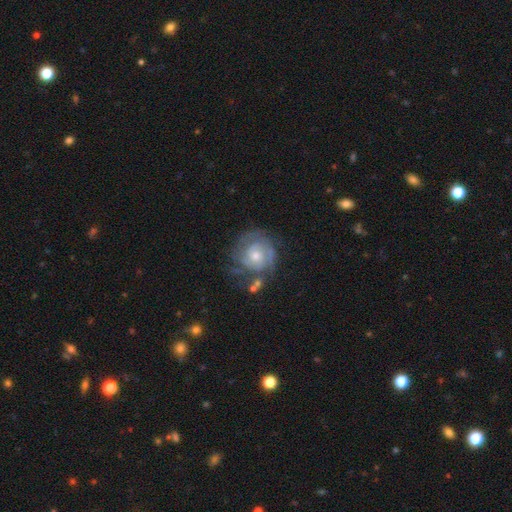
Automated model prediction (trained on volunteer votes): A featured or disk galaxy (78%) with no bar (75%), tight (69%) spiral arms (89%) and a moderate central bulge (58%).

Vote fractions:
- Smooth or featured? featured or disk: 78% / smooth: 15% / star or artifact: 7%
- Edge-on disk? no: 98% / yes: 2%
- Bar? no: 75% / weak: 22% / strong: 4%
- Spiral arms? yes: 89% / no: 11%
- Spiral winding? tight: 69% / medium: 25% / loose: 7%
- Spiral arm count? can't tell: 39% / 2: 26% / 3: 19% / 4: 7% / 1: 5% / more than 4: 4%
- Bulge size? moderate: 58% / small: 36% / large: 4% / none: 2% / dominant: 1%
- Merging? none: 64% / minor disturbance: 19% / major disturbance: 11% / merger: 6%